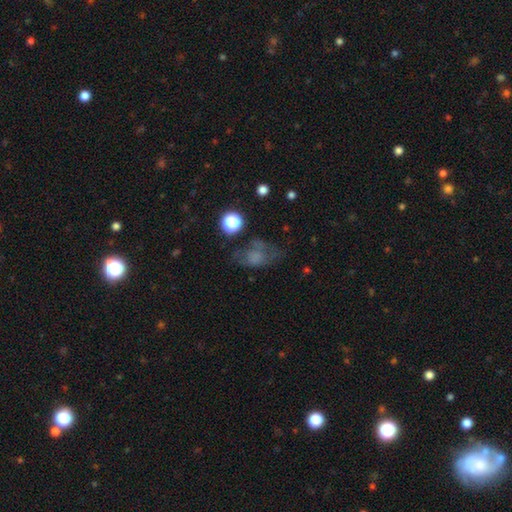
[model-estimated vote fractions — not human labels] This is possibly a smooth galaxy (53%). How rounded: likely in between (70%). Merging: marginally none (42%).